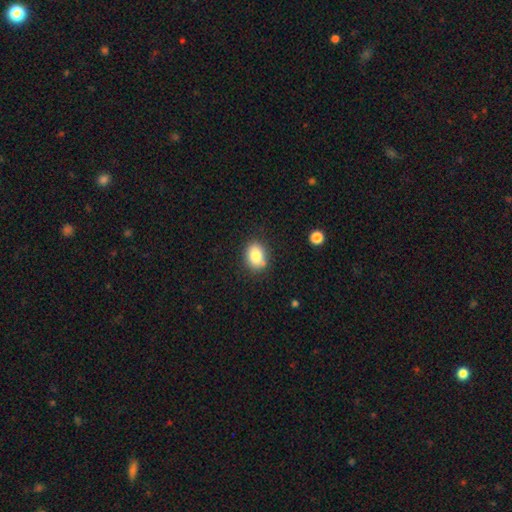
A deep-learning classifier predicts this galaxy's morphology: This is clearly a smooth galaxy (82%). How rounded: likely in between (63%). Merging: likely none (79%).